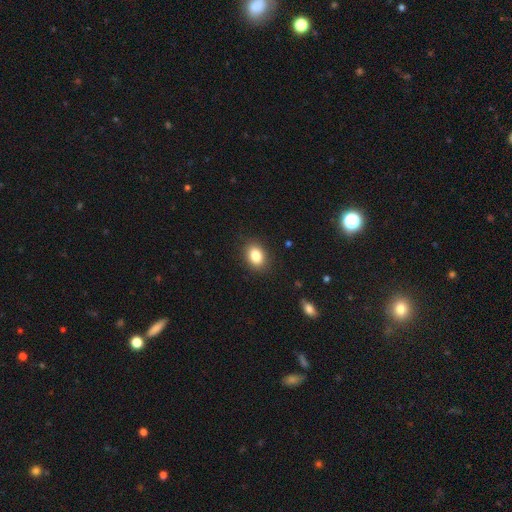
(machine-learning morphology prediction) smooth_or_featured: smooth (p=0.86) [alt: star or artifact p=0.09]
how_rounded: in between (p=0.75) [alt: round p=0.24]
merging: none (p=0.87) [alt: minor disturbance p=0.09]